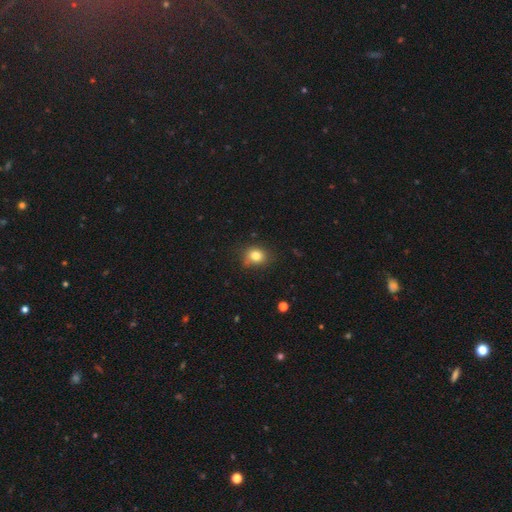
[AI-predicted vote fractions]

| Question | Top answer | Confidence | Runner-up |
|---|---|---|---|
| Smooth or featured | smooth | 80% | star or artifact (12%) |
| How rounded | round | 62% | in between (37%) |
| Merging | none | 70% | minor disturbance (23%) |